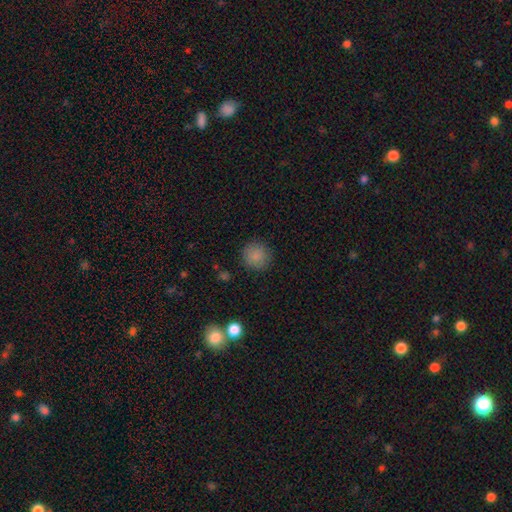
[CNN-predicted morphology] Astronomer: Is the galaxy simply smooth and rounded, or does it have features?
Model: smooth — 86%.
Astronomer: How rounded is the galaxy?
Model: round — 94%.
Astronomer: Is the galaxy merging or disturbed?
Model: none — 89%.